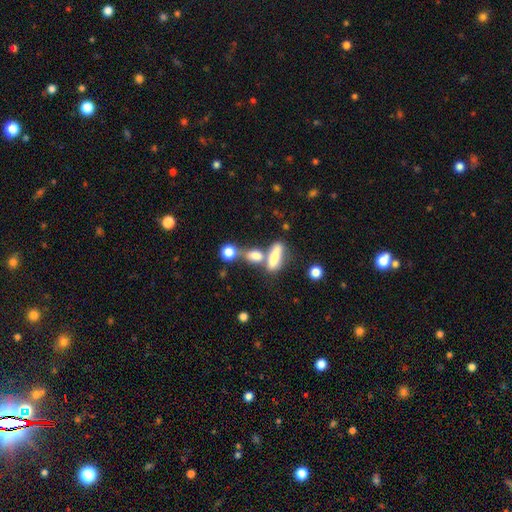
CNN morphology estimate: Smooth or featured?
  - smooth: 75% *
  - featured or disk: 16%
  - star or artifact: 10%
How rounded?
  - in between: 52% *
  - cigar-shaped: 31%
  - round: 16%
Merging?
  - merger: 47% *
  - none: 35%
  - minor disturbance: 10%
  - major disturbance: 7%